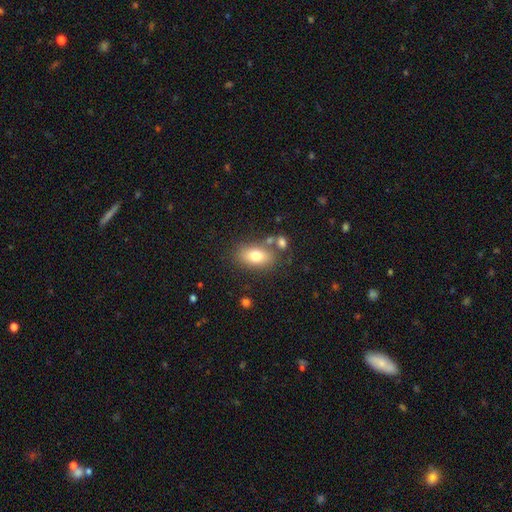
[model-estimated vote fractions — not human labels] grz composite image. It shows a smooth galaxy with no disk features (77%) that is in between round and cigar-shaped (87%). Merging: none (71%).